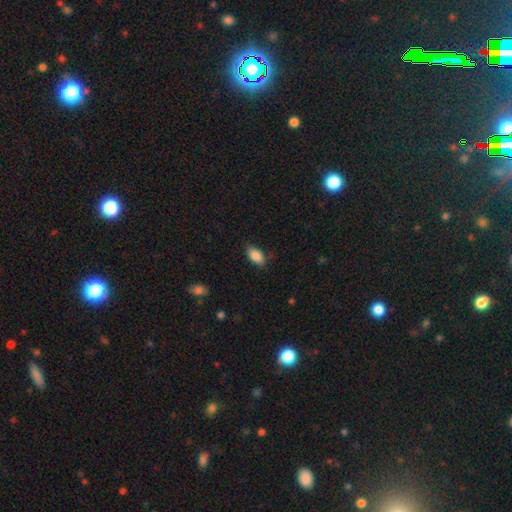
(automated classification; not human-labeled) This appears to be a smooth galaxy with no disk features (88%) that is in between round and cigar-shaped (92%). Merging: none (82%).